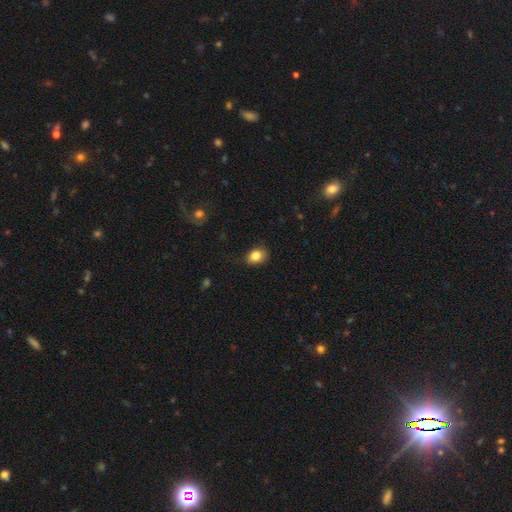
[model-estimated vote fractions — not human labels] smooth 84%, star or artifact 9%, featured or disk 7%. Down the decision tree: how rounded — in between (62%); merging — none (78%).